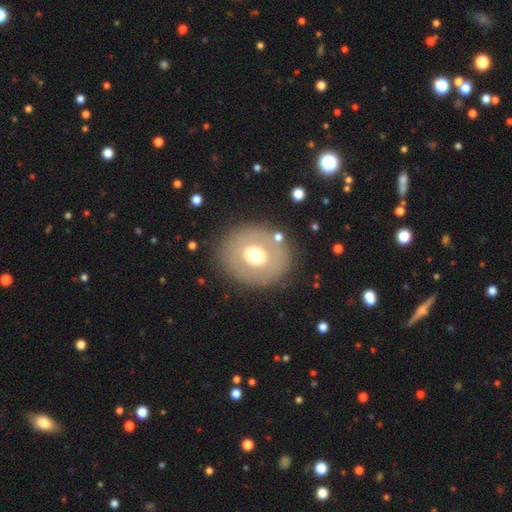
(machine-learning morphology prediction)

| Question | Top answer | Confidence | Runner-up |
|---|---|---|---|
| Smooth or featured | smooth | 54% | featured or disk (37%) |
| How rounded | round | 69% | in between (30%) |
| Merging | none | 83% | minor disturbance (9%) |